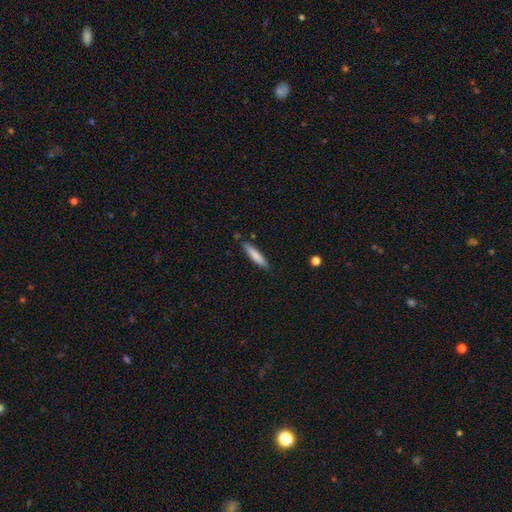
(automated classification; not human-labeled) This is likely a smooth galaxy (78%). How rounded: clearly cigar-shaped (87%). Merging: clearly none (83%).